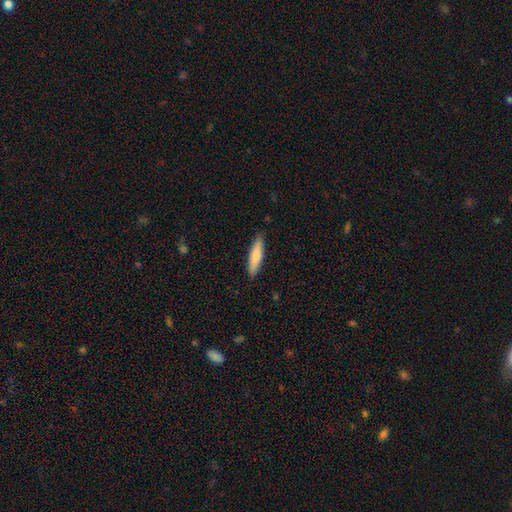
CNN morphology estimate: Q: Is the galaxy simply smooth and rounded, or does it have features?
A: smooth — 77%.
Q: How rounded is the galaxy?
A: cigar-shaped — 78%.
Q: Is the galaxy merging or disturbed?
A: none — 88%.